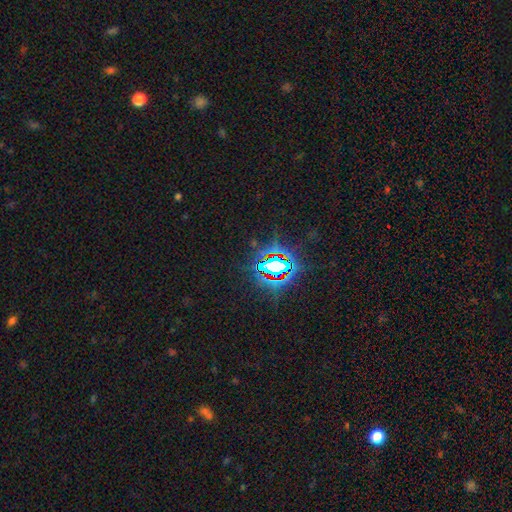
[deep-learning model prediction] Smooth or featured? Predicted: star or artifact (p=0.82).